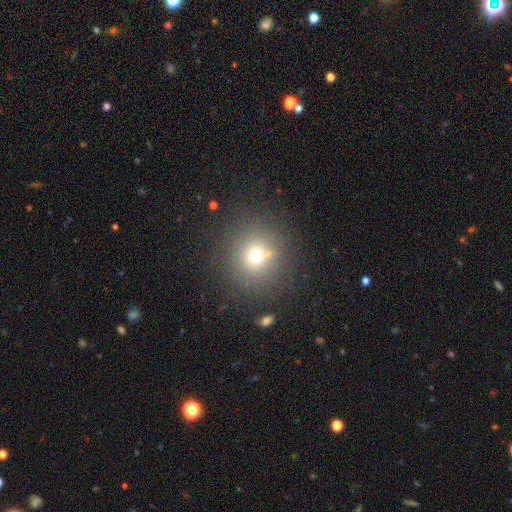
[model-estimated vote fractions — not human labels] Q: Smooth or featured?
A: smooth (66%); runner-up: star or artifact (20%)
Q: How rounded?
A: round (92%); runner-up: in between (7%)
Q: Merging?
A: none (81%); runner-up: minor disturbance (9%)